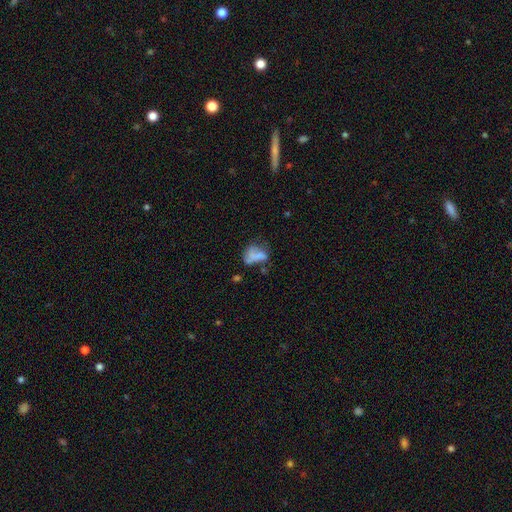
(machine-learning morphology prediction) type=smooth (53%); roundness=in between (79%); merging=major disturbance (33%).